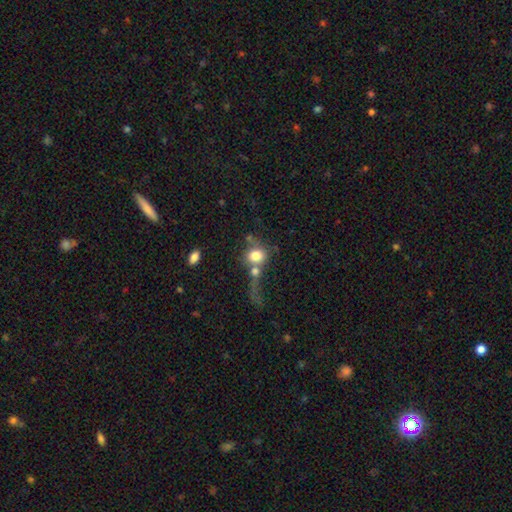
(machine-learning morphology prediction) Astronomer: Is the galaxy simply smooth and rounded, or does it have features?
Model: smooth — 75%.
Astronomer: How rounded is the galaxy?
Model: round — 62%.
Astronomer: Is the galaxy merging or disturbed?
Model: merger — 46% (runner-up: none, 26%).